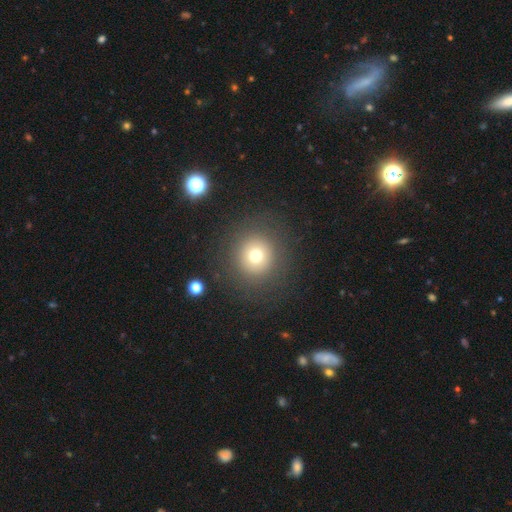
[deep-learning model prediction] smooth-or-featured: smooth: 71% | star or artifact: 17% | featured or disk: 13%
  how-rounded: round: 93% | in between: 6% | cigar-shaped: 1%
  merging: none: 87% | minor disturbance: 7% | major disturbance: 5% | merger: 2%